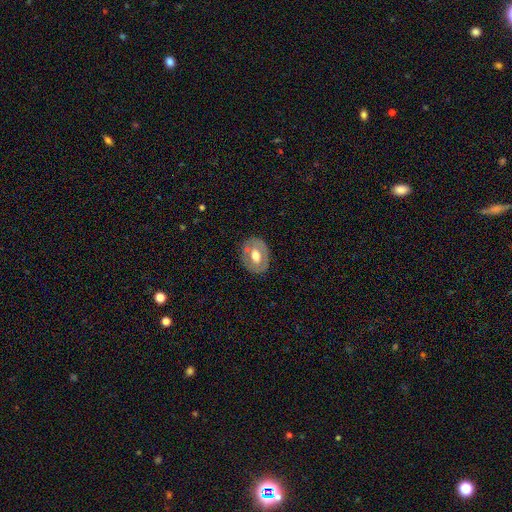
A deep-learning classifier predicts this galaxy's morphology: Smooth or featured? Predicted: featured or disk (p=0.50). Merging? Predicted: none (p=0.79).